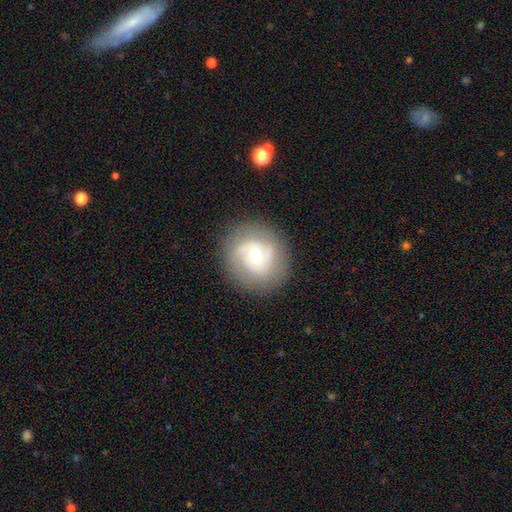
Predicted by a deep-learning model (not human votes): Smooth or featured? Predicted: featured or disk (p=0.71). Edge-on disk? Predicted: no (p=0.97). Bar? Predicted: no (p=0.46). Spiral arms? Predicted: yes (p=0.88). Spiral winding? Predicted: tight (p=0.45). Spiral arm count? Predicted: 2 (p=0.62). Bulge size? Predicted: small (p=0.51). Merging? Predicted: none (p=0.84).